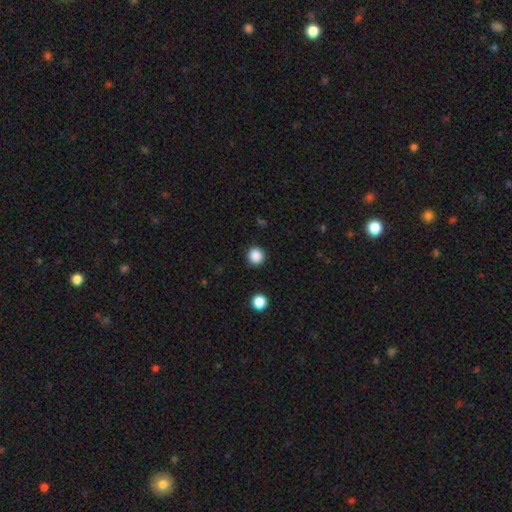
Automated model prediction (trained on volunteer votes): A smooth galaxy with no disk features (87%) that is round (93%). Merging: none (91%).